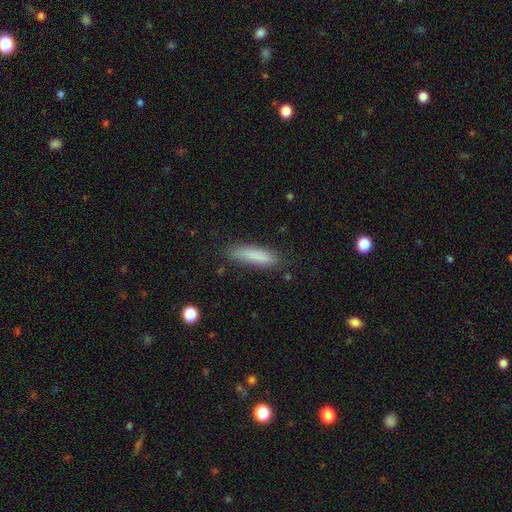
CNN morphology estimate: A smooth galaxy with no disk features (84%) that is cigar-shaped (75%). Merging: none (82%).